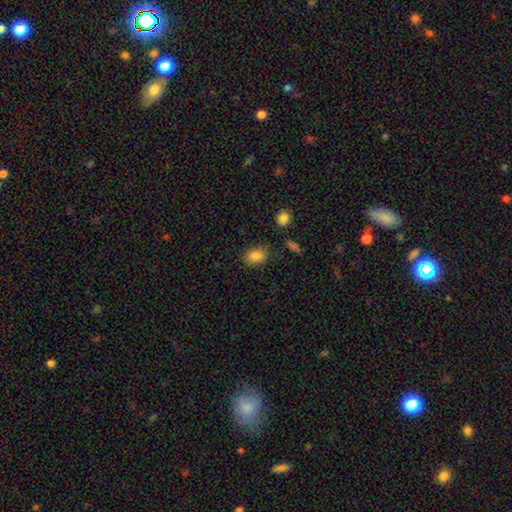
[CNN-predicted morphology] A smooth galaxy with no disk features (85%) that is in between round and cigar-shaped (66%).

Vote fractions:
- Smooth or featured? smooth: 85% / star or artifact: 9% / featured or disk: 6%
- How rounded? in between: 66% / round: 32% / cigar-shaped: 1%
- Merging? none: 81% / minor disturbance: 12% / major disturbance: 4% / merger: 3%